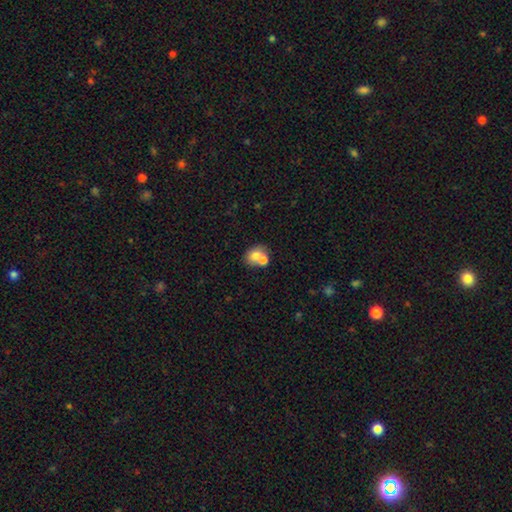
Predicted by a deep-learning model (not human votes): Smooth or featured: smooth — 71% (featured or disk — 19%)
How rounded: round — 57% (in between — 42%)
Merging: merger — 45% (none — 43%)